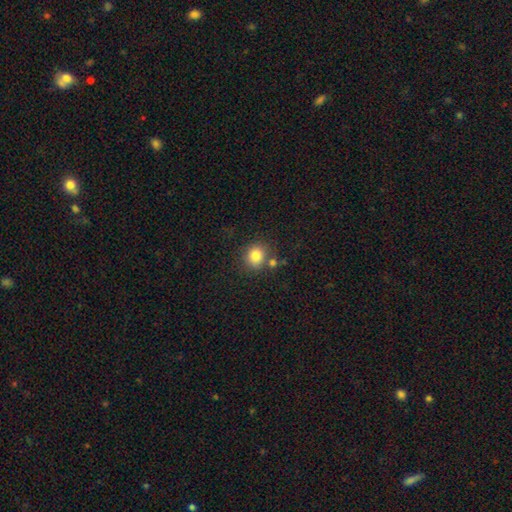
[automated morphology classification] This is clearly a smooth galaxy (82%). How rounded: likely round (79%). Merging: likely none (73%).